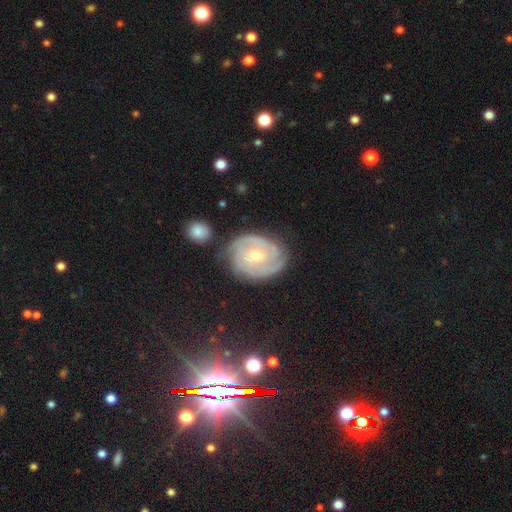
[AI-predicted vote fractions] Smooth or featured? Predicted: featured or disk (p=0.78). Edge-on disk? Predicted: no (p=0.97). Bar? Predicted: no (p=0.57). Spiral arms? Predicted: yes (p=0.92). Spiral winding? Predicted: tight (p=0.67). Spiral arm count? Predicted: 2 (p=0.43). Bulge size? Predicted: moderate (p=0.55). Merging? Predicted: none (p=0.71).